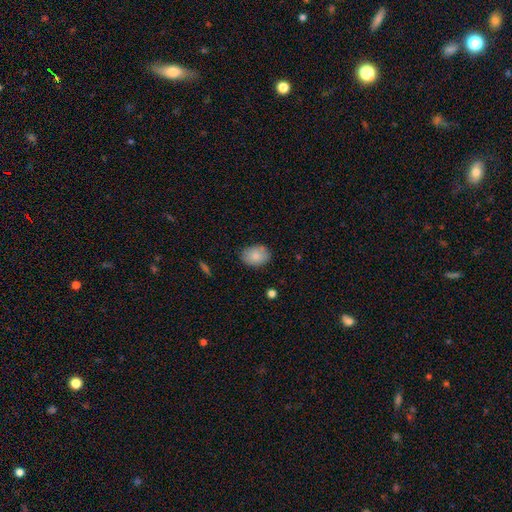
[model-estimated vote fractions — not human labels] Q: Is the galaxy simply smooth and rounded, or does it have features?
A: smooth — 86%.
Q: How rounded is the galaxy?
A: in between — 73%.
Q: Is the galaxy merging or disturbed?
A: none — 83%.